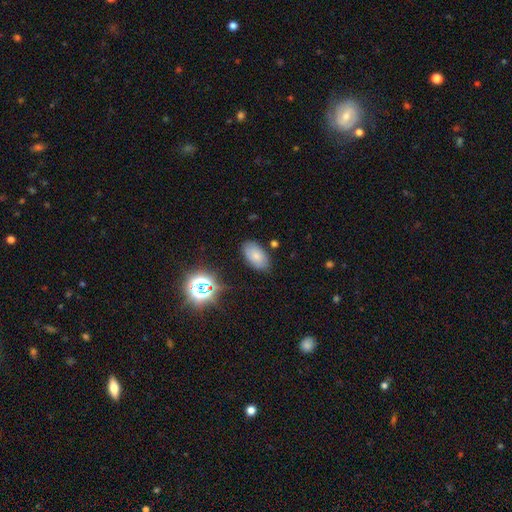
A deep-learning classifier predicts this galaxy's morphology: A smooth galaxy with no disk features (72%) that is in between round and cigar-shaped (93%). Merging: none (81%).